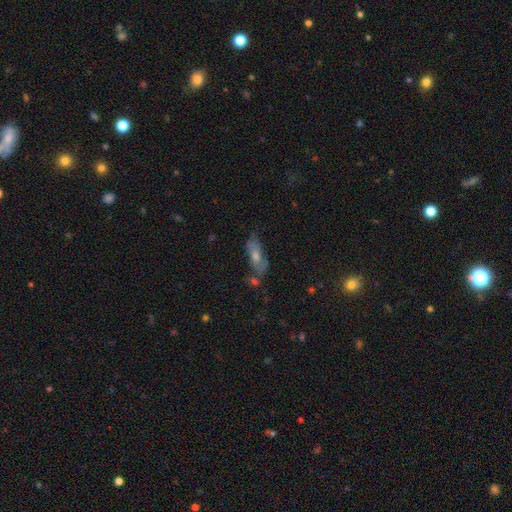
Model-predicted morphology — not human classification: This is possibly a featured or disk galaxy (49%). Merging: likely none (61%).